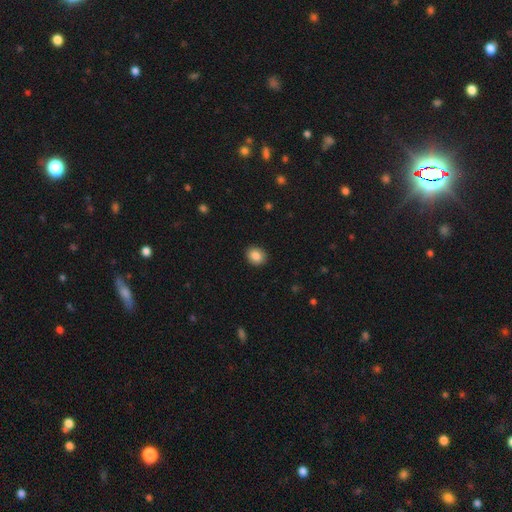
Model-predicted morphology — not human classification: This is clearly a smooth galaxy (86%). How rounded: likely round (61%). Merging: clearly none (91%).